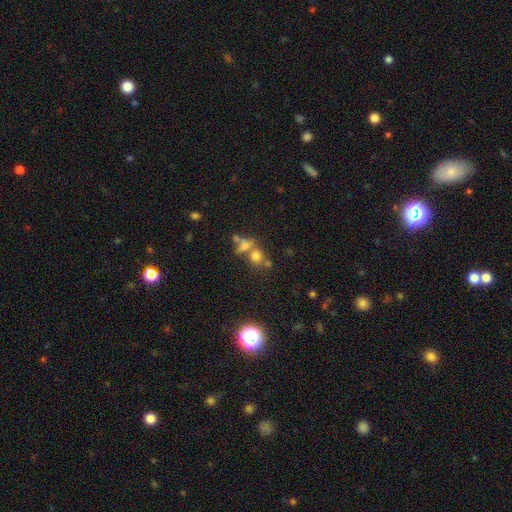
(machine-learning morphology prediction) The model was most divided on "merging": none: 44%, merger: 39%, minor disturbance: 10%, major disturbance: 7%. More confident: how rounded — round (66%); smooth or featured — smooth (64%).